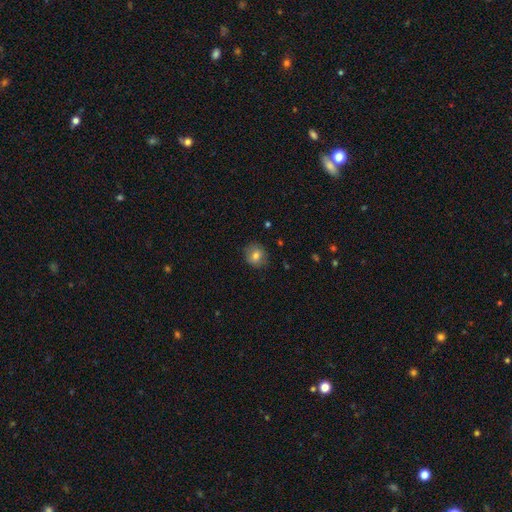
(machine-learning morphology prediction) Smooth or featured? Predicted: smooth (p=0.76). How rounded? Predicted: round (p=0.82). Merging? Predicted: none (p=0.85).